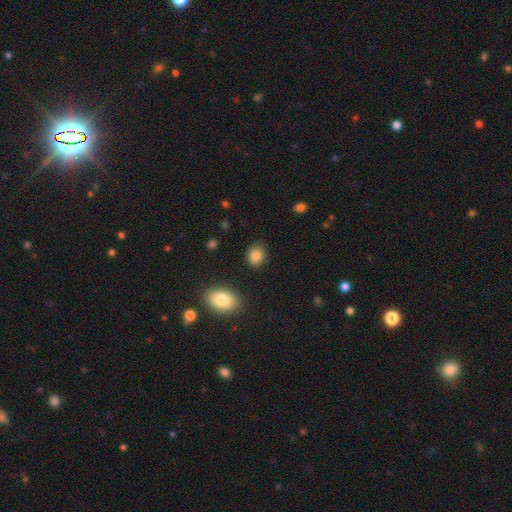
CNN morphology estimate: Smooth or featured? Predicted: smooth (p=0.85). How rounded? Predicted: in between (p=0.53). Merging? Predicted: none (p=0.86).